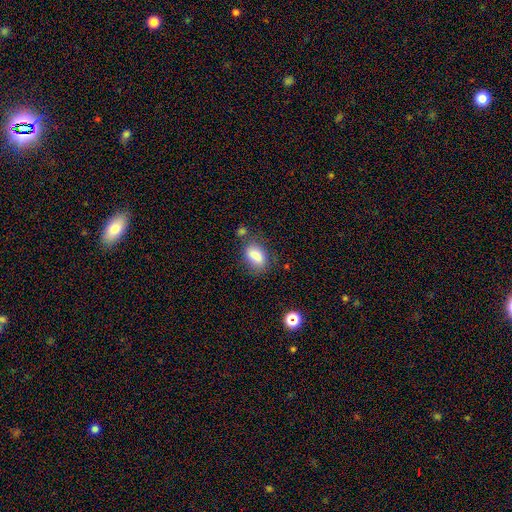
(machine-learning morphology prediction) The model was most divided on "merging": none: 62%, minor disturbance: 21%, merger: 10%, major disturbance: 7%. More confident: how rounded — in between (85%); smooth or featured — smooth (81%).